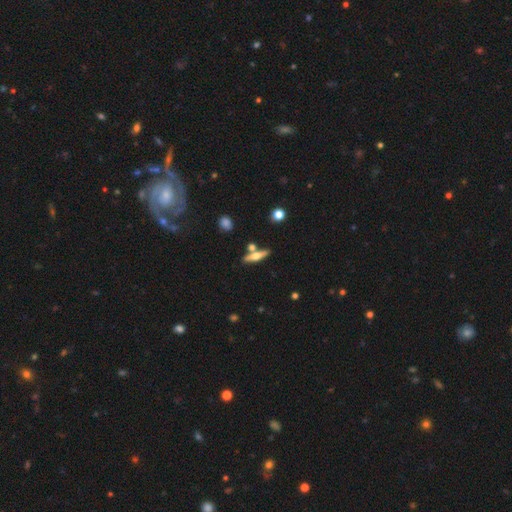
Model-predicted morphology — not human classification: A featured or disk galaxy (56%) viewed edge-on (94%) with a rounded central bulge (92%).

Vote fractions:
- Smooth or featured? featured or disk: 56% / smooth: 36% / star or artifact: 7%
- Edge-on disk? yes: 94% / no: 6%
- Edge-on bulge? rounded: 92% / boxy: 4% / none: 4%
- Merging? none: 74% / merger: 13% / minor disturbance: 10% / major disturbance: 3%